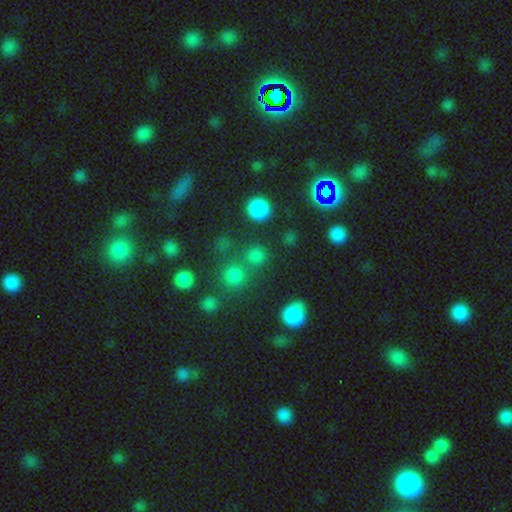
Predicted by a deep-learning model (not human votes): The model was most divided on "smooth or featured": smooth: 67%, star or artifact: 27%, featured or disk: 6%. More confident: how rounded — round (86%); merging — none (68%).